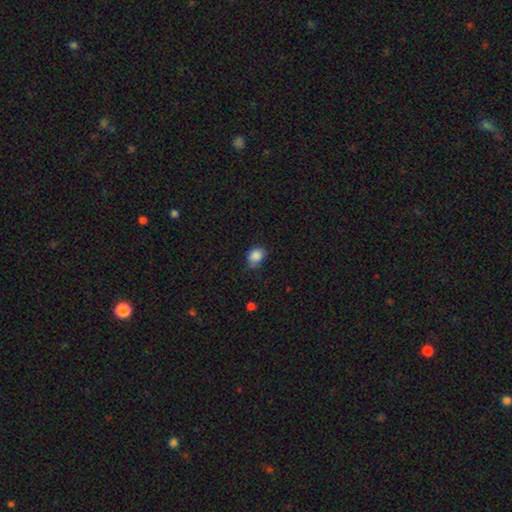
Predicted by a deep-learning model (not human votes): Smooth or featured: smooth — 86% (star or artifact — 9%)
How rounded: in between — 55% (round — 44%)
Merging: none — 58% (minor disturbance — 33%)